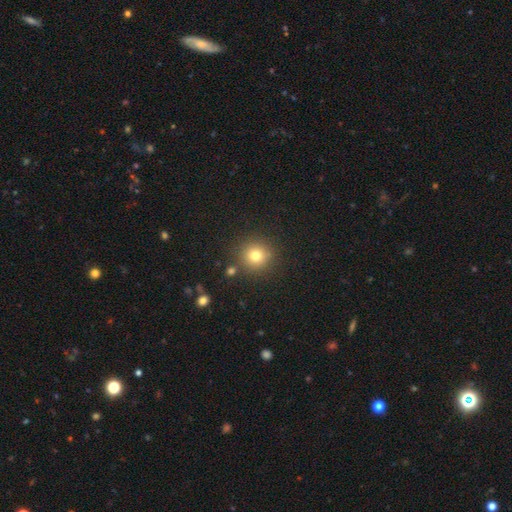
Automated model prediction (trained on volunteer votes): A smooth galaxy with no disk features (78%) that is round (94%).

Vote fractions:
- Smooth or featured? smooth: 78% / star or artifact: 14% / featured or disk: 8%
- How rounded? round: 94% / in between: 5% / cigar-shaped: 1%
- Merging? none: 85% / minor disturbance: 7% / merger: 5% / major disturbance: 3%